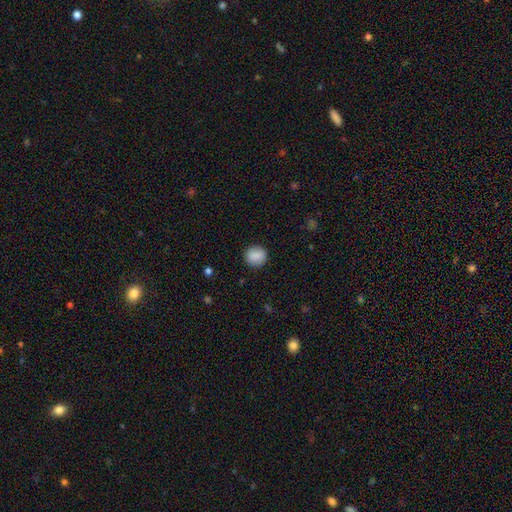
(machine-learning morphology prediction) smooth 88%, star or artifact 8%, featured or disk 4%. Down the decision tree: how rounded — round (82%); merging — none (90%).